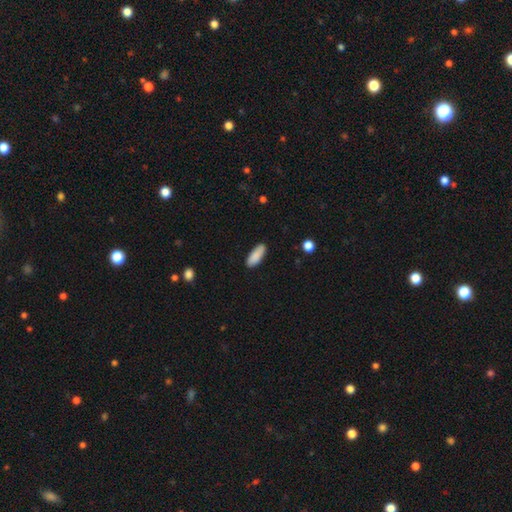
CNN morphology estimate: A smooth galaxy with no disk features (89%) that is in between round and cigar-shaped (68%). Merging: none (84%).